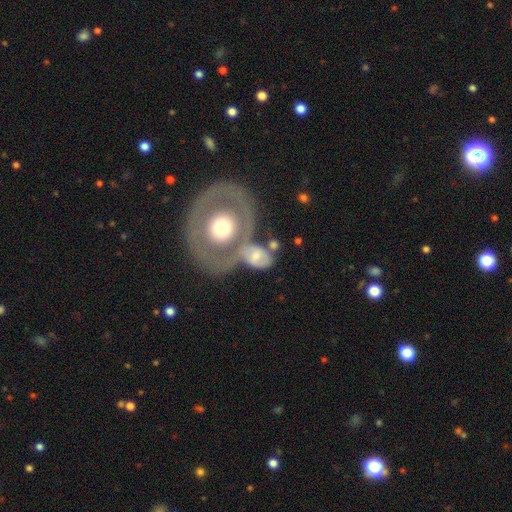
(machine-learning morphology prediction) Smooth or featured?
  - featured or disk: 48% *
  - smooth: 46%
  - star or artifact: 6%
Merging?
  - merger: 45% *
  - none: 27%
  - major disturbance: 15%
  - minor disturbance: 13%